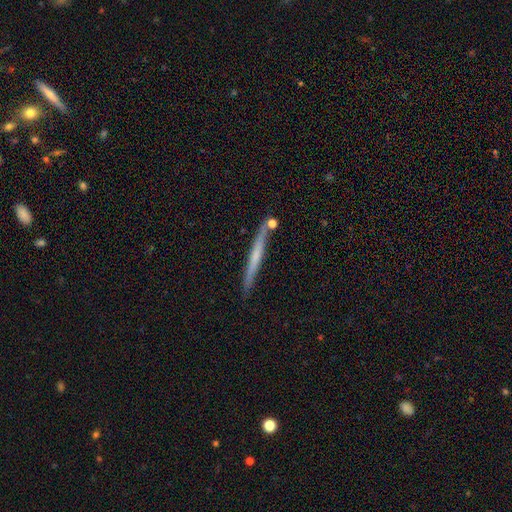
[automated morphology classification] smooth-or-featured: featured or disk: 51% | smooth: 43% | star or artifact: 6%
  disk-edge-on: yes: 97% | no: 3%
  merging: none: 84% | minor disturbance: 10% | merger: 5% | major disturbance: 2%